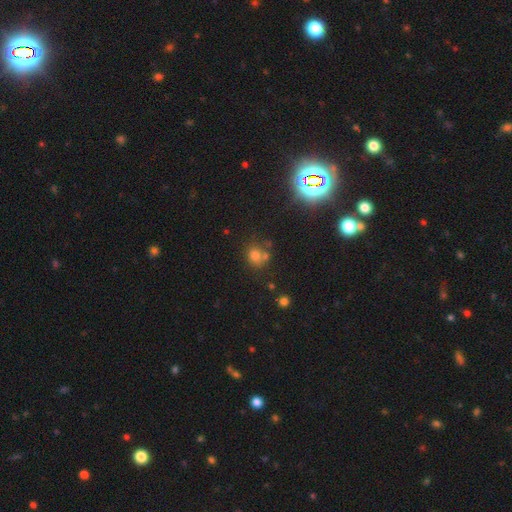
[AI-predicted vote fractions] smooth-or-featured: smooth: 68% | star or artifact: 20% | featured or disk: 12%
  how-rounded: round: 74% | in between: 25% | cigar-shaped: 1%
  merging: none: 53% | merger: 29% | minor disturbance: 13% | major disturbance: 6%